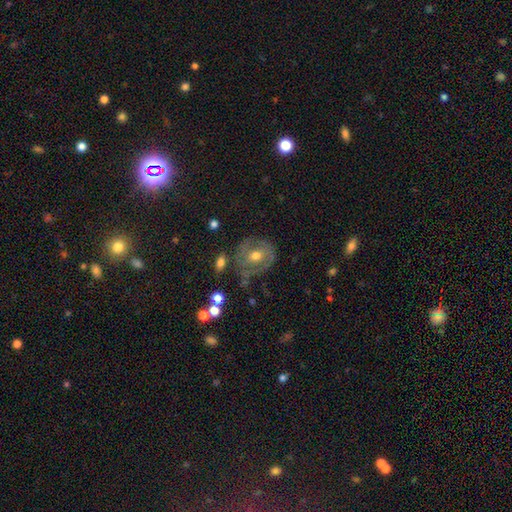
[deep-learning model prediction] smooth_or_featured: featured or disk (p=0.62) [alt: smooth p=0.27]
disk_edge_on: no (p=0.95) [alt: yes p=0.05]
bar: no (p=0.60) [alt: weak p=0.30]
has_spiral_arms: yes (p=0.64) [alt: no p=0.36]
bulge_size: moderate (p=0.73) [alt: small p=0.21]
merging: none (p=0.65) [alt: minor disturbance p=0.20]